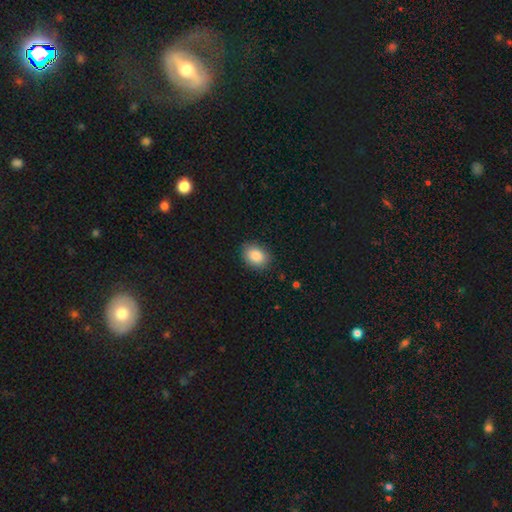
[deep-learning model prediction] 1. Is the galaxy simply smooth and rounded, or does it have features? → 87% smooth, 8% star or artifact, 5% featured or disk.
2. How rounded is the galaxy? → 69% in between, 30% round, 1% cigar-shaped.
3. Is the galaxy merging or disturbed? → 86% none, 11% minor disturbance, 2% major disturbance, 1% merger.